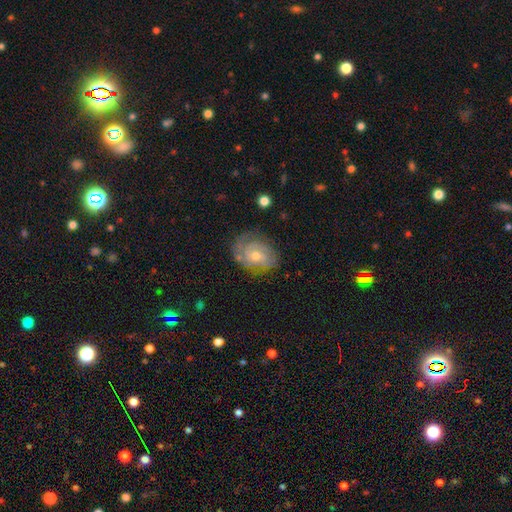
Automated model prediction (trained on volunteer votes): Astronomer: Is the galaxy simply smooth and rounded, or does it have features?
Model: featured or disk — 74%.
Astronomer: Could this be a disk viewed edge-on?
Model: no — 97%.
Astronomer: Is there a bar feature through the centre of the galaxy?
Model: no — 68%.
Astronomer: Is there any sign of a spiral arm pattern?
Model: yes — 89%.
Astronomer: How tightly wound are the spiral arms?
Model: tight — 62%.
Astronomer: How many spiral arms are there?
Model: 2 — 39% (runner-up: can't tell, 34%).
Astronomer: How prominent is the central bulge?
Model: moderate — 57% (runner-up: small, 39%).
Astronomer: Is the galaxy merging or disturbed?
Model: none — 69%.